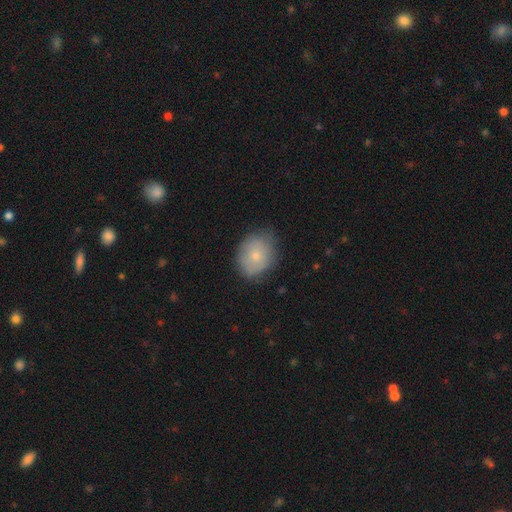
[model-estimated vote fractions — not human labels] smooth 71%, featured or disk 21%, star or artifact 8%. Down the decision tree: how rounded — in between (52%); merging — none (68%).